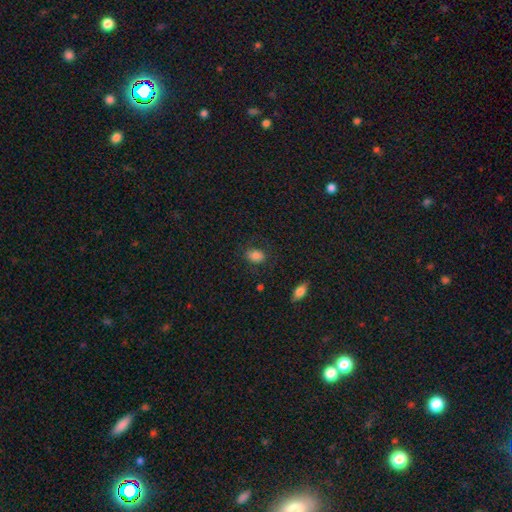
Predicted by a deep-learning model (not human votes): The model was most divided on "how rounded": in between: 73%, round: 25%, cigar-shaped: 1%. More confident: smooth or featured — smooth (82%); merging — none (76%).